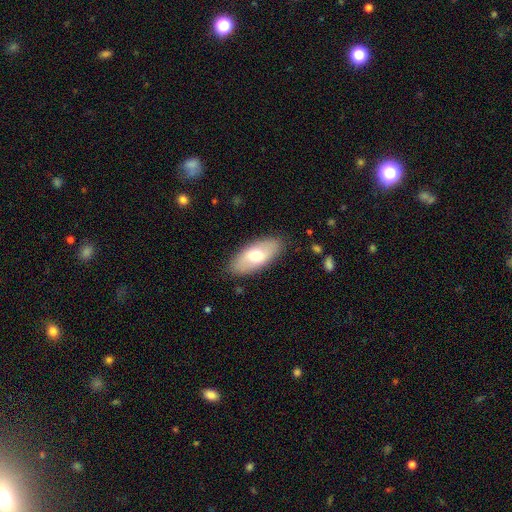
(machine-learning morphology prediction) The model was most divided on "smooth or featured": smooth: 63%, featured or disk: 32%, star or artifact: 6%. More confident: how rounded — in between (89%); merging — none (86%).